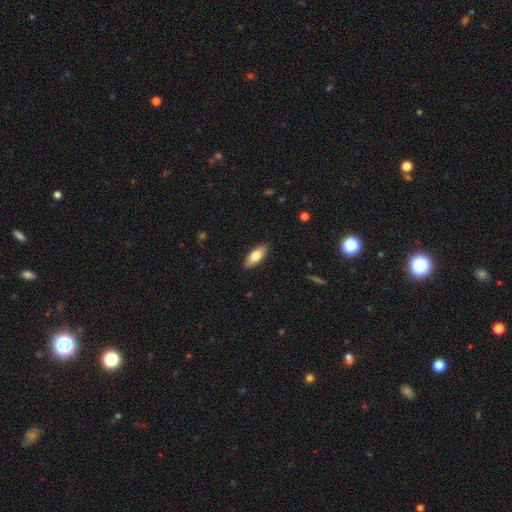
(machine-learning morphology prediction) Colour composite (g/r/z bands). It shows a smooth galaxy with no disk features (71%) that is in between round and cigar-shaped (74%). Merging: none (89%).